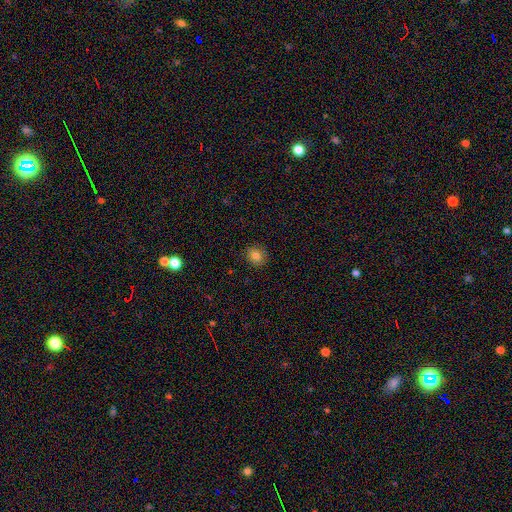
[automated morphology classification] A smooth galaxy with no disk features (81%) that is round (67%). Merging: none (87%).